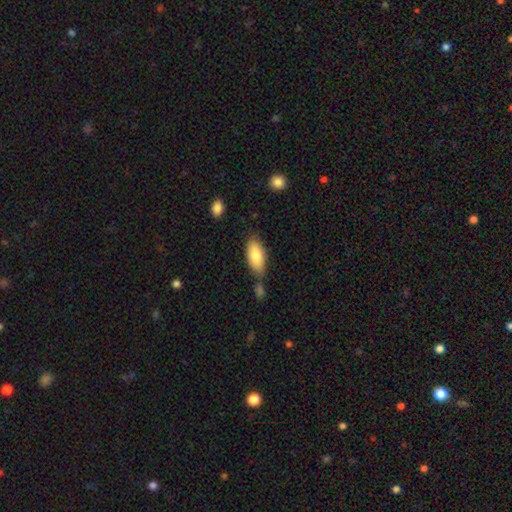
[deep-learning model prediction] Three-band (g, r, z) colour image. It shows a smooth galaxy with no disk features (83%) that is in between round and cigar-shaped (87%). Merging: none (61%).